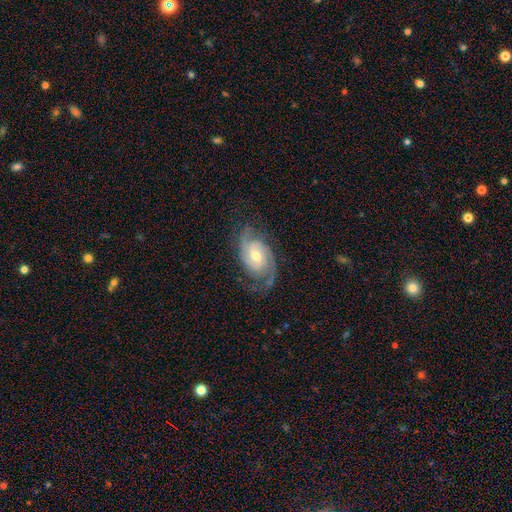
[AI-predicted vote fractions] Smooth or featured? Predicted: featured or disk (p=0.89). Edge-on disk? Predicted: no (p=0.97). Bar? Predicted: weak (p=0.46). Spiral arms? Predicted: yes (p=0.98). Spiral winding? Predicted: tight (p=0.48). Spiral arm count? Predicted: 2 (p=0.67). Bulge size? Predicted: moderate (p=0.59). Merging? Predicted: none (p=0.73).